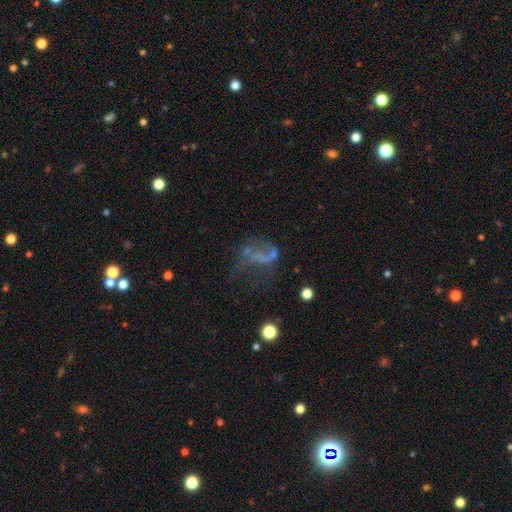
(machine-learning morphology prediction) Overall: featured or disk (47%; smooth 28%). Merging: major disturbance (42%; none 32%).